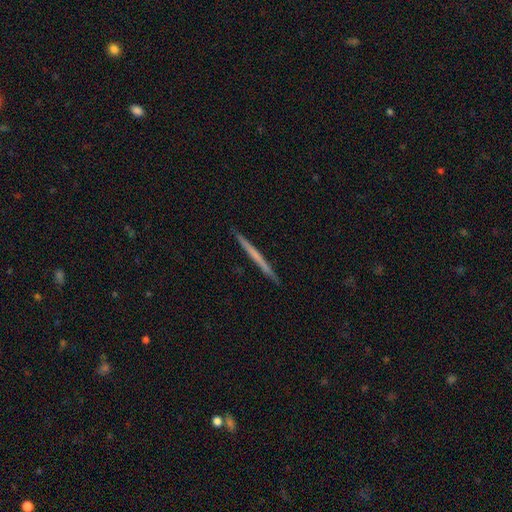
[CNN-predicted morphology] Smooth or featured: featured or disk — 48% (smooth — 46%)
Merging: none — 93% (minor disturbance — 5%)